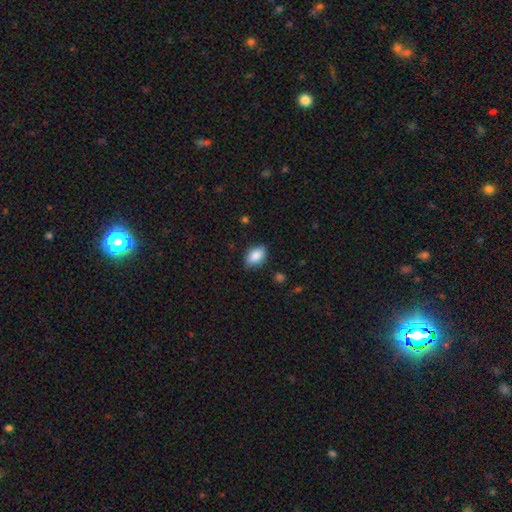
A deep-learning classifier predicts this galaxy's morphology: smooth-or-featured: smooth: 87% | star or artifact: 7% | featured or disk: 6%
  how-rounded: in between: 89% | round: 9% | cigar-shaped: 2%
  merging: none: 82% | minor disturbance: 14% | major disturbance: 3% | merger: 1%